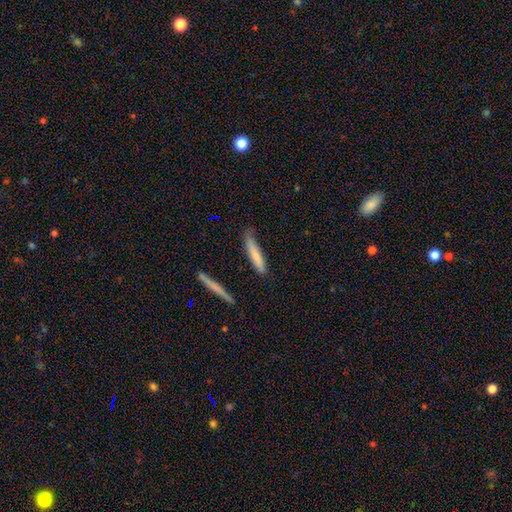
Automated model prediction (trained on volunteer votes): smooth_or_featured: smooth (p=0.74) [alt: featured or disk p=0.20]
how_rounded: cigar-shaped (p=0.88) [alt: in between p=0.10]
merging: none (p=0.72) [alt: minor disturbance p=0.21]